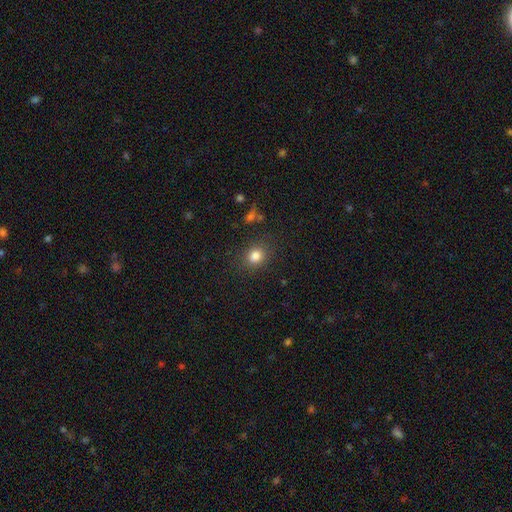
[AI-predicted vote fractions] Overall: smooth (83%). How rounded: round (63%; in between 36%). Merging: none (83%).